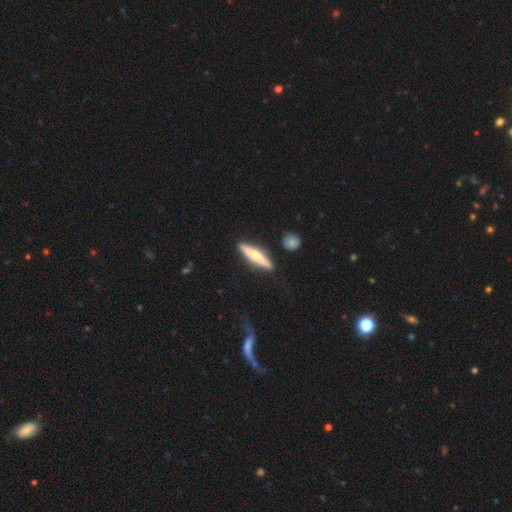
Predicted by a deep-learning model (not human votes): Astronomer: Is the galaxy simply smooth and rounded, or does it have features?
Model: smooth — 49% (runner-up: featured or disk, 46%).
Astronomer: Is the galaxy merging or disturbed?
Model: none — 87%.